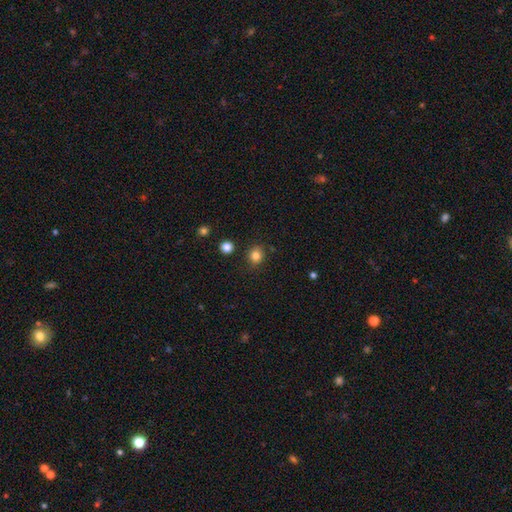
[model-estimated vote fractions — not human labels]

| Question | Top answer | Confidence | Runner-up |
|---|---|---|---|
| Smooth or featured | smooth | 83% | star or artifact (12%) |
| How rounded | round | 81% | in between (18%) |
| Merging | none | 86% | minor disturbance (9%) |